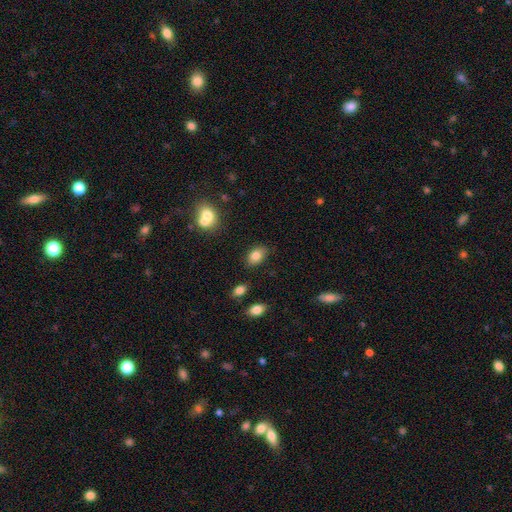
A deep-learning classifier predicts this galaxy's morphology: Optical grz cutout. It shows a smooth galaxy with no disk features (83%) that is in between round and cigar-shaped (82%). Merging: none (79%).